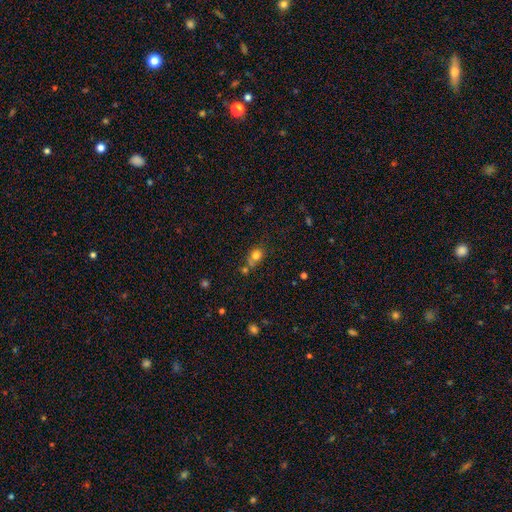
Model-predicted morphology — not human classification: The model was most divided on "merging": none: 49%, merger: 28%, minor disturbance: 17%, major disturbance: 7%. More confident: smooth or featured — smooth (77%); how rounded — round (63%).